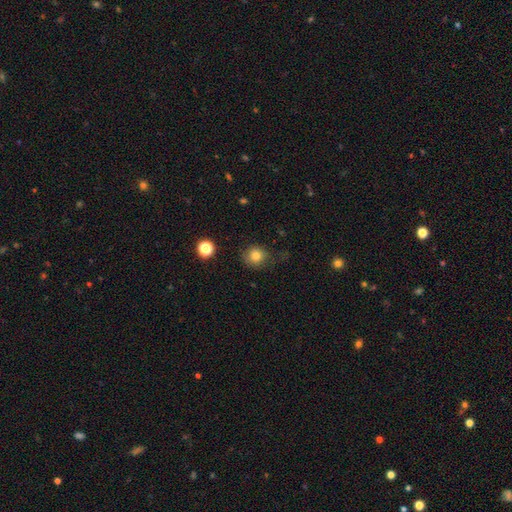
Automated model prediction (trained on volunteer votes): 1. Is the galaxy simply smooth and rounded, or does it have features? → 80% smooth, 12% star or artifact, 7% featured or disk.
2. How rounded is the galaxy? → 88% round, 11% in between, 1% cigar-shaped.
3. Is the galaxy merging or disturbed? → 73% none, 18% minor disturbance, 7% major disturbance, 2% merger.